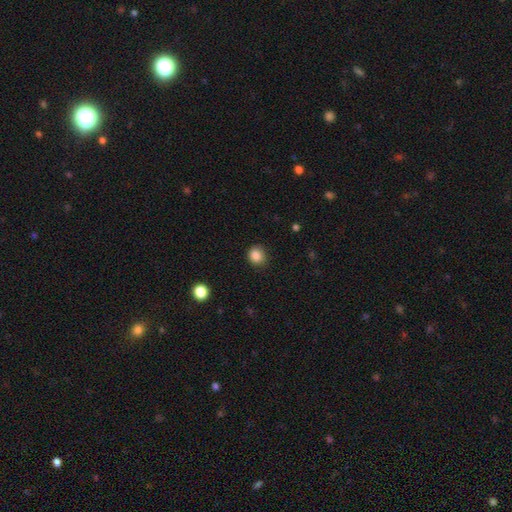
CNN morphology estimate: This is clearly a smooth galaxy (85%). How rounded: clearly round (82%). Merging: clearly none (87%).